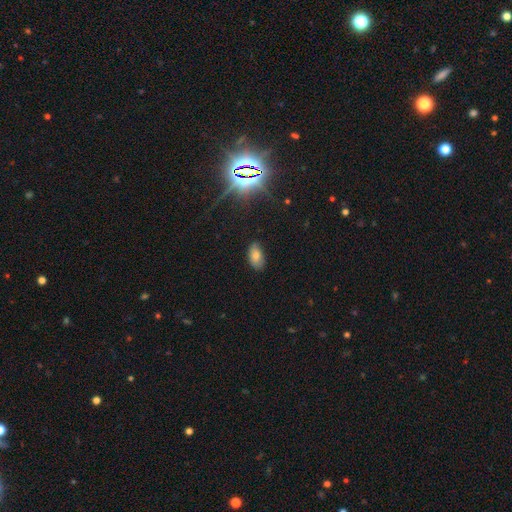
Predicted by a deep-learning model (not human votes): Smooth or featured?
  - smooth: 75% *
  - star or artifact: 13%
  - featured or disk: 12%
How rounded?
  - in between: 93% *
  - round: 4%
  - cigar-shaped: 2%
Merging?
  - none: 74% *
  - minor disturbance: 21%
  - major disturbance: 4%
  - merger: 1%